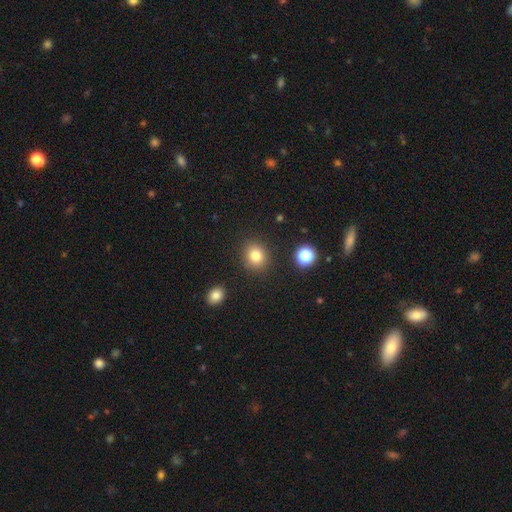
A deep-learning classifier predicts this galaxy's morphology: smooth-or-featured: smooth: 81% | star or artifact: 12% | featured or disk: 7%
  how-rounded: round: 72% | in between: 27% | cigar-shaped: 1%
  merging: none: 87% | minor disturbance: 8% | major disturbance: 3% | merger: 2%